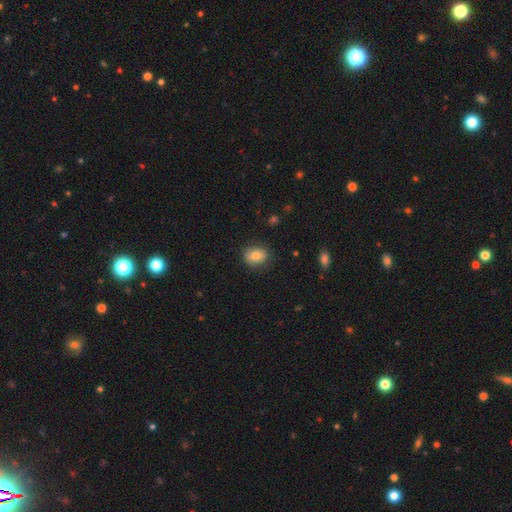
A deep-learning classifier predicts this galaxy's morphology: Overall: smooth (80%). How rounded: in between (50%; round 48%). Merging: none (85%).